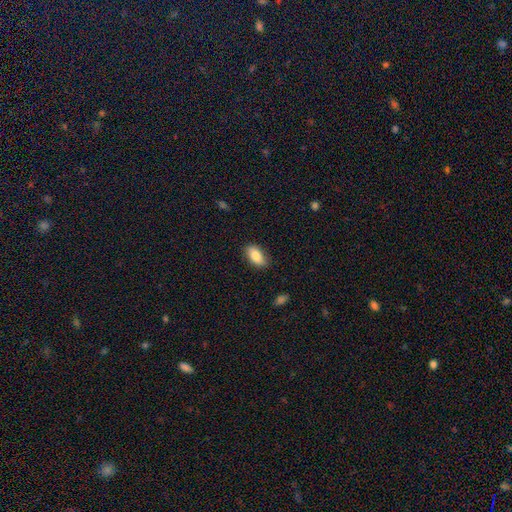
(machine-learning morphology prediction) Q: Smooth or featured?
A: smooth (83%); runner-up: featured or disk (10%)
Q: How rounded?
A: in between (91%); runner-up: cigar-shaped (6%)
Q: Merging?
A: none (83%); runner-up: minor disturbance (13%)